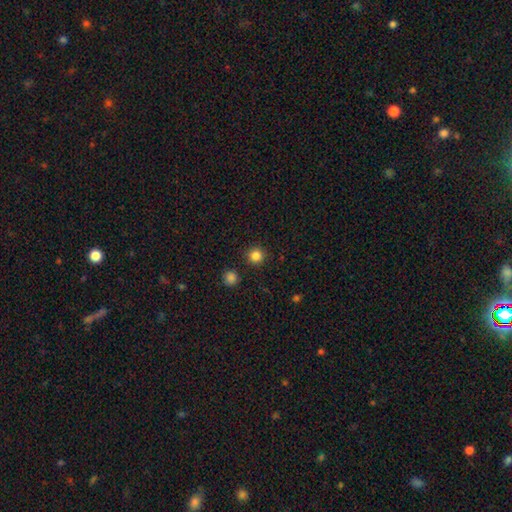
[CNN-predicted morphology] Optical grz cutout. It shows a smooth galaxy with no disk features (84%) that is round (95%). Merging: none (92%).